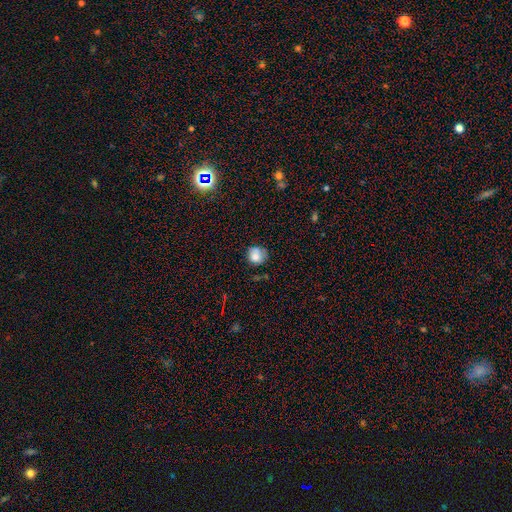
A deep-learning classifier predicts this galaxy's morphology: This appears to be a smooth galaxy with no disk features (76%) that is round (80%). Merging: none (55%).